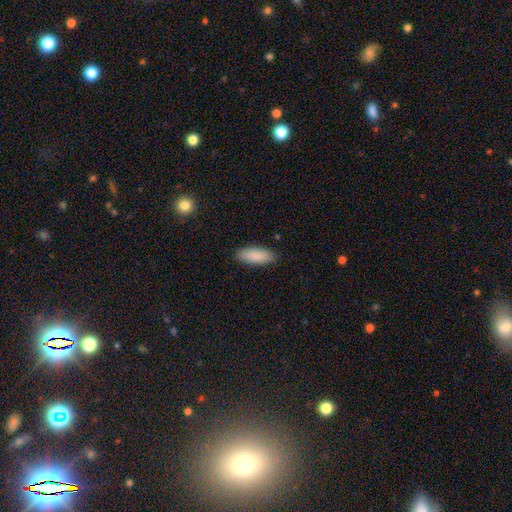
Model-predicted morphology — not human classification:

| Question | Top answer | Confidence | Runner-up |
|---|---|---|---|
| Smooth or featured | smooth | 89% | star or artifact (6%) |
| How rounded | in between | 74% | cigar-shaped (24%) |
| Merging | none | 89% | minor disturbance (9%) |